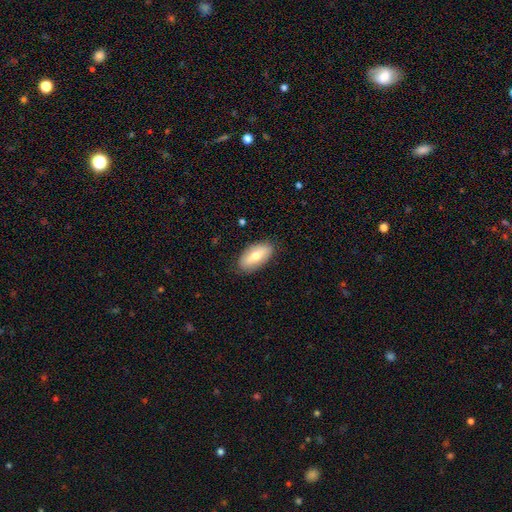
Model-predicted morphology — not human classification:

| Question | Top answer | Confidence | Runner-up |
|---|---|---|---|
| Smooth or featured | smooth | 68% | featured or disk (26%) |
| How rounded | in between | 91% | cigar-shaped (6%) |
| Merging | none | 84% | minor disturbance (12%) |